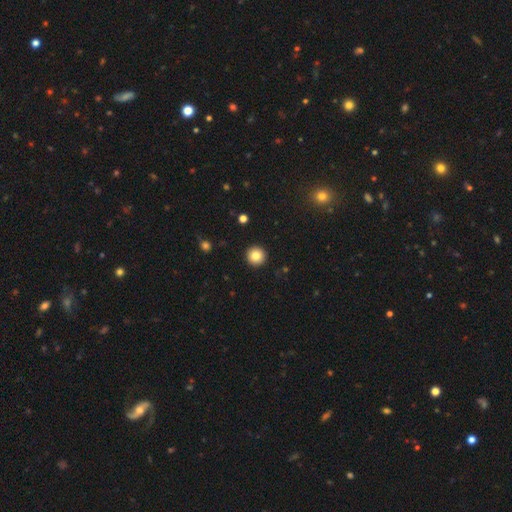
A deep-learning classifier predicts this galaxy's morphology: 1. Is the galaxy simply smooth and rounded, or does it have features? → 82% smooth, 10% star or artifact, 8% featured or disk.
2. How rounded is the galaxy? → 96% round, 3% in between, 1% cigar-shaped.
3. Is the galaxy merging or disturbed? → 93% none, 4% minor disturbance, 2% major disturbance, 1% merger.